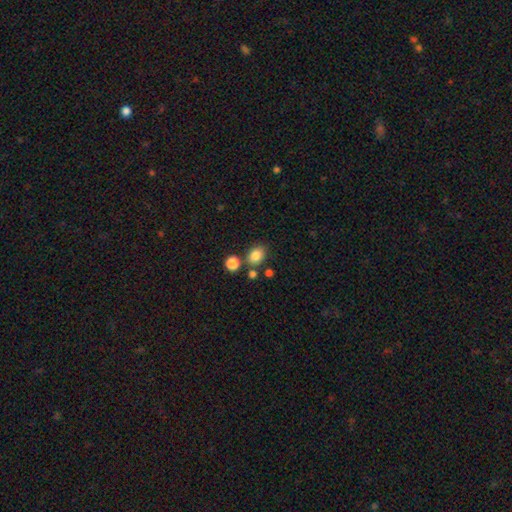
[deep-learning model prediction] Q: Smooth or featured?
A: smooth (83%); runner-up: star or artifact (11%)
Q: How rounded?
A: in between (56%); runner-up: round (43%)
Q: Merging?
A: none (72%); runner-up: merger (12%)